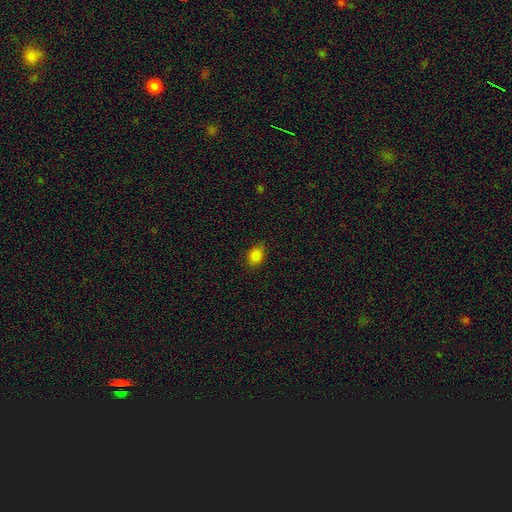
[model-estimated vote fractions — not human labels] Smooth or featured? smooth (84%)
How rounded? in between (55%)
Merging? none (82%)